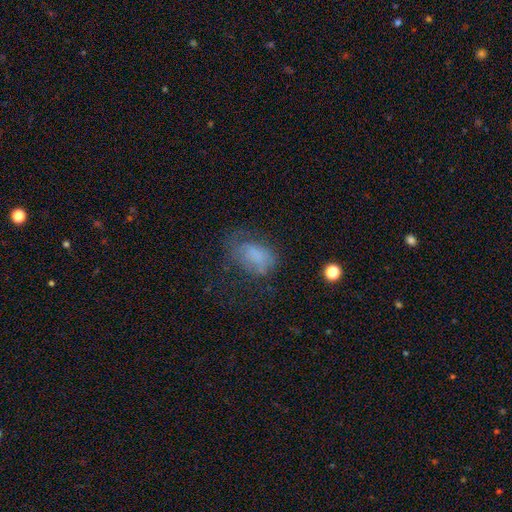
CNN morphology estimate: smooth_or_featured: smooth (p=0.64) [alt: featured or disk p=0.23]
how_rounded: in between (p=0.85) [alt: round p=0.13]
merging: none (p=0.38) [alt: major disturbance p=0.32]